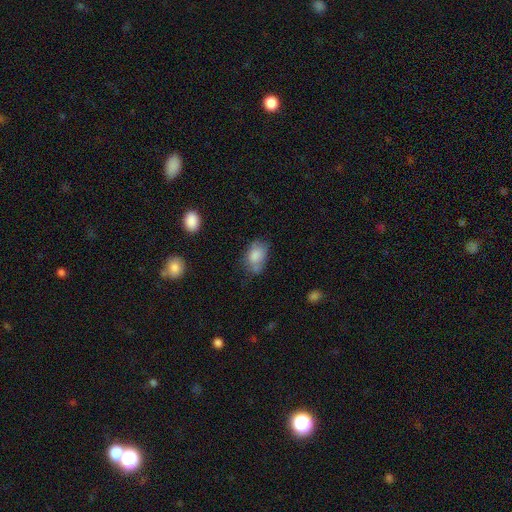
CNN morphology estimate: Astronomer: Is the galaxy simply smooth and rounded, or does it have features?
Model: smooth — 77%.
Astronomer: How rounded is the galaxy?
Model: in between — 85%.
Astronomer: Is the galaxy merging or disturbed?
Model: none — 45% (runner-up: minor disturbance, 33%).